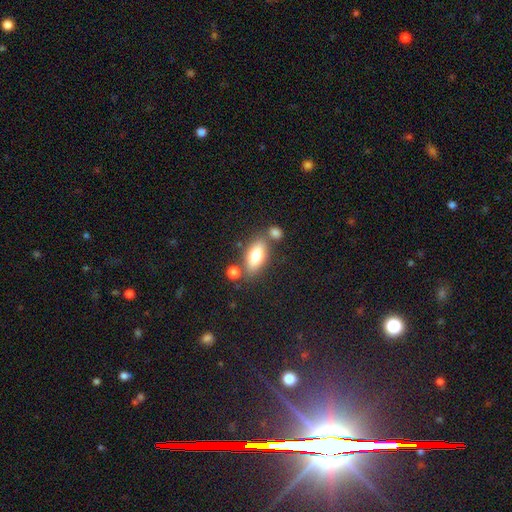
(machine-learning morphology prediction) smooth 76%, featured or disk 16%, star or artifact 8%. Down the decision tree: how rounded — in between (81%); merging — none (67%).